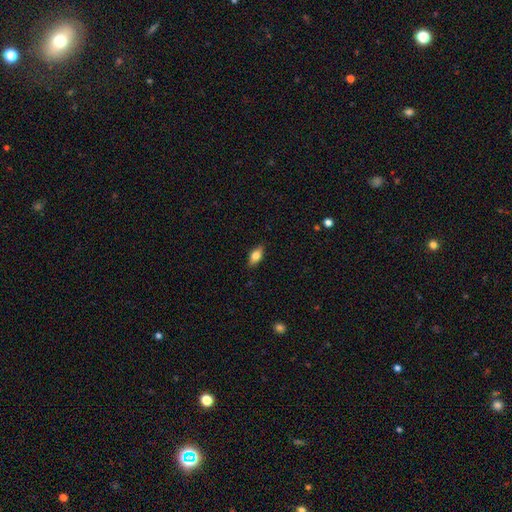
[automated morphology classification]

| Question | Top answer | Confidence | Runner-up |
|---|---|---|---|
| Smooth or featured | smooth | 76% | featured or disk (16%) |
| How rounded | in between | 85% | cigar-shaped (11%) |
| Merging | none | 86% | minor disturbance (11%) |